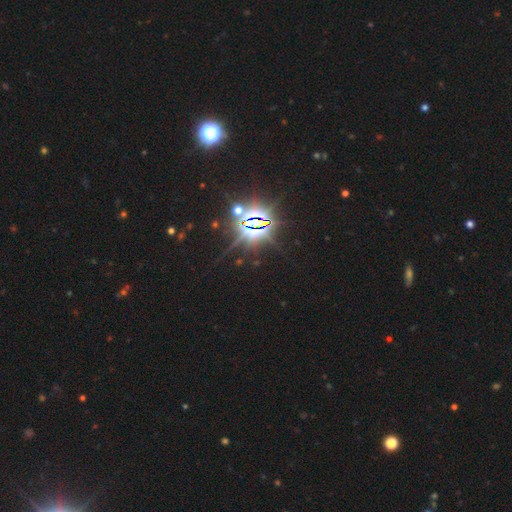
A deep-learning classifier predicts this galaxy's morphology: smooth_or_featured: star or artifact (p=0.85) [alt: smooth p=0.09]